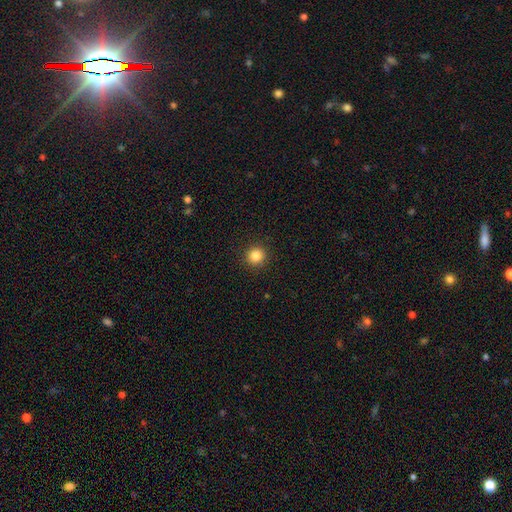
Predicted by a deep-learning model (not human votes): smooth_or_featured: smooth (p=0.85) [alt: star or artifact p=0.11]
how_rounded: round (p=0.94) [alt: in between p=0.05]
merging: none (p=0.92) [alt: minor disturbance p=0.05]